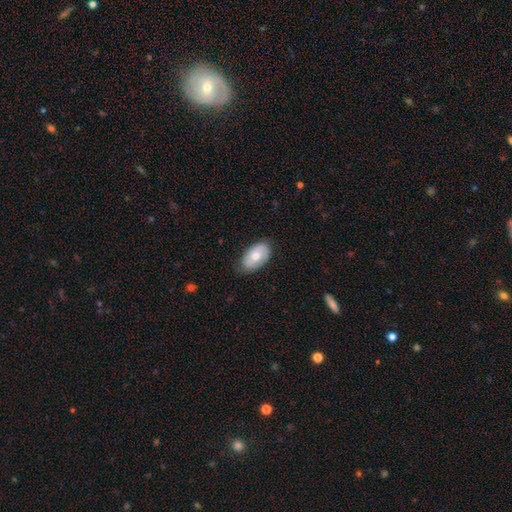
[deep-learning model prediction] This appears to be a smooth galaxy with no disk features (68%) that is in between round and cigar-shaped (93%). Merging: none (73%).